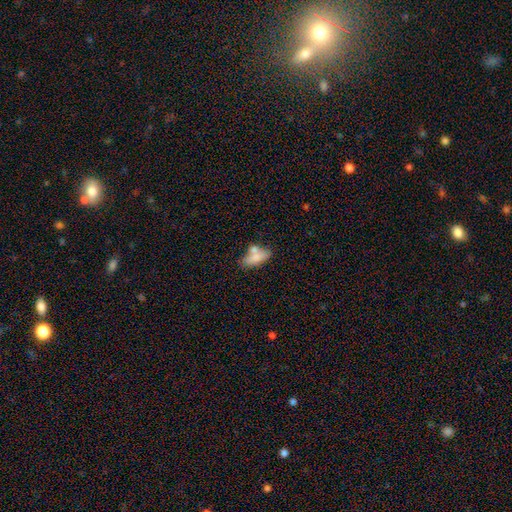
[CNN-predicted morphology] Smooth or featured: smooth — 75% (featured or disk — 17%)
How rounded: in between — 78% (cigar-shaped — 18%)
Merging: none — 46% (merger — 29%)